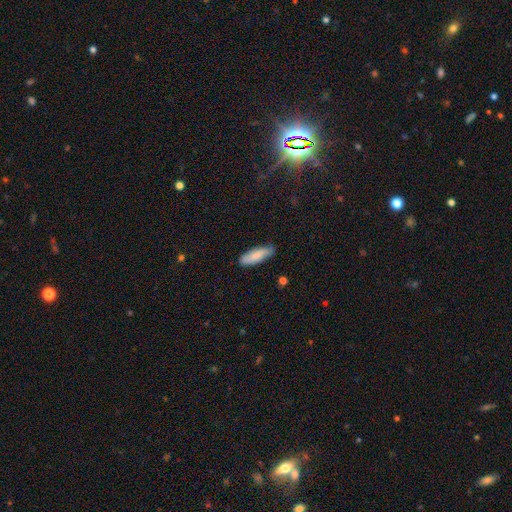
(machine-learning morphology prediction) Smooth or featured? Predicted: smooth (p=0.82). How rounded? Predicted: in between (p=0.53). Merging? Predicted: none (p=0.77).